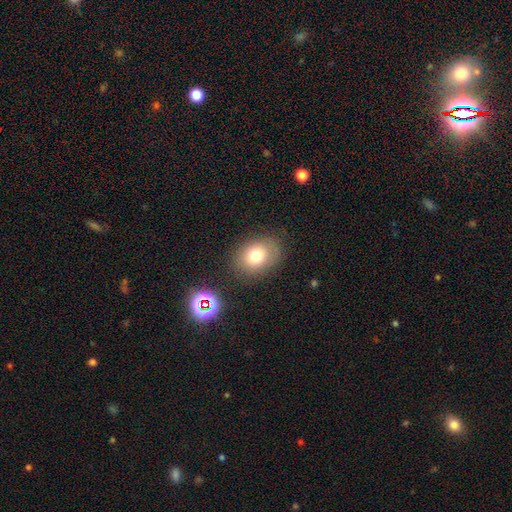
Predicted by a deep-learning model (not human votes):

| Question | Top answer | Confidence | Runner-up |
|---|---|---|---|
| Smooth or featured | smooth | 75% | featured or disk (13%) |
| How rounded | in between | 61% | round (38%) |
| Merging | none | 82% | minor disturbance (12%) |